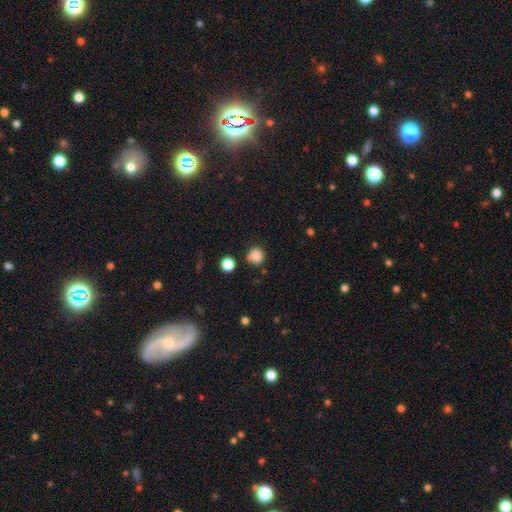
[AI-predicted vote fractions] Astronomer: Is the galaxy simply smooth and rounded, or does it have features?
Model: smooth — 86%.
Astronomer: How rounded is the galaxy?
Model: round — 91%.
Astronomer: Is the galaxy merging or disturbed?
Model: none — 78%.